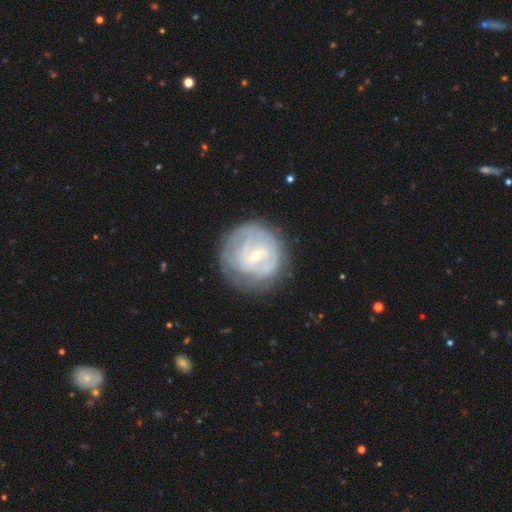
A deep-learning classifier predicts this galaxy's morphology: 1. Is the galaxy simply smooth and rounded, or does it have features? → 72% featured or disk, 21% smooth, 6% star or artifact.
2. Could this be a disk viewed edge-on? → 97% no, 3% yes.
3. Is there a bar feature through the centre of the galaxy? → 44% no, 43% weak, 13% strong.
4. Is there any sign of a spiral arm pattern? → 75% yes, 25% no.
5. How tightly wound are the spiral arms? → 69% tight, 22% medium, 9% loose.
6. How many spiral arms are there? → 56% can't tell, 18% 2, 10% 3, 7% 4, 5% 1, 4% more than 4.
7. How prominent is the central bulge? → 74% small, 22% moderate, 1% large, 1% none, 1% dominant.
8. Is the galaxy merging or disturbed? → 68% none, 19% minor disturbance, 11% major disturbance, 2% merger.